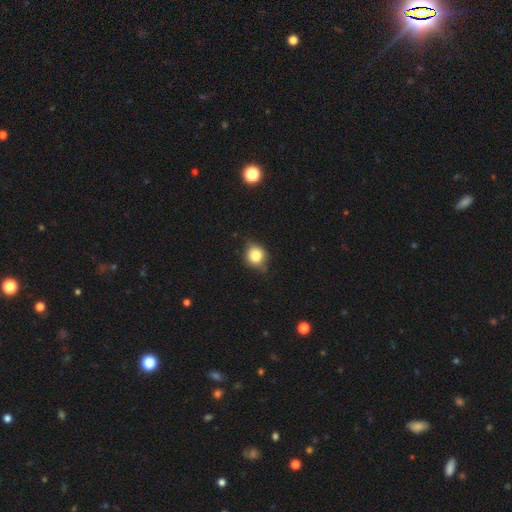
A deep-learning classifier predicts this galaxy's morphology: Smooth or featured: smooth — 75% (featured or disk — 15%)
How rounded: round — 76% (in between — 23%)
Merging: none — 68% (minor disturbance — 25%)